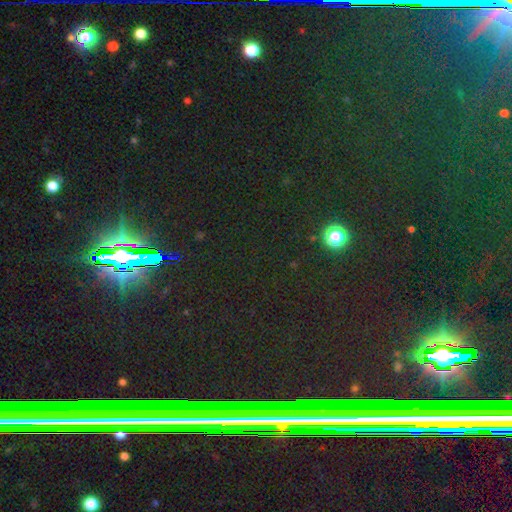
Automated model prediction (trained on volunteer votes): smooth_or_featured: star or artifact (p=0.77) [alt: smooth p=0.15]